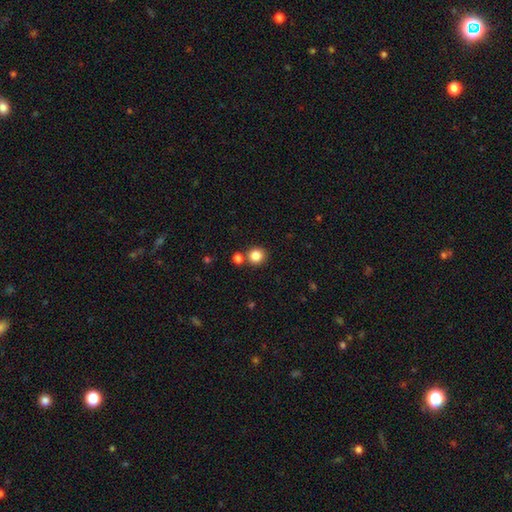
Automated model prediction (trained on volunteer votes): Smooth or featured? Predicted: smooth (p=0.85). How rounded? Predicted: round (p=0.90). Merging? Predicted: none (p=0.76).